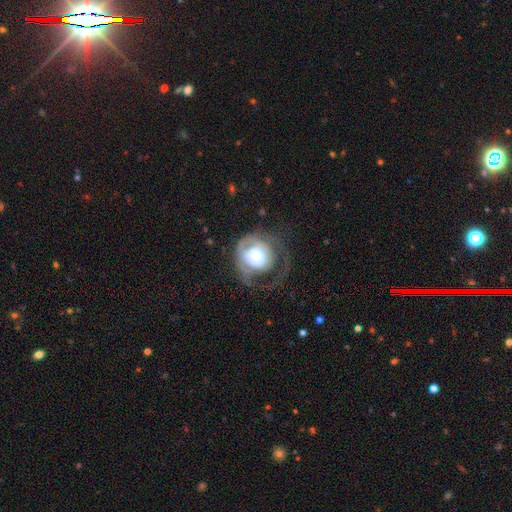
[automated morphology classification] Smooth or featured? featured or disk (65%)
Edge-on disk? no (97%)
Bar? no (78%)
Spiral arms? yes (70%)
Bulge size? moderate (50%)
Merging? none (42%)